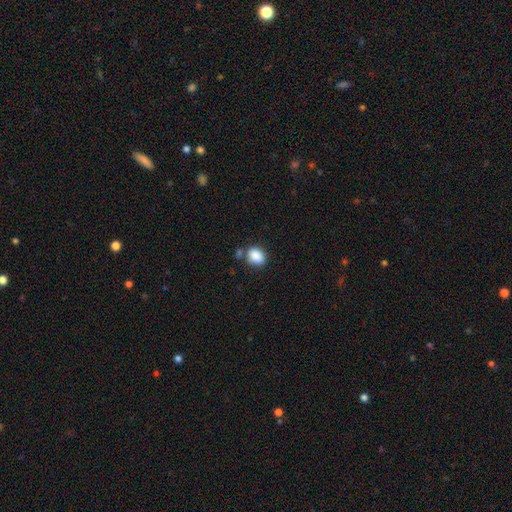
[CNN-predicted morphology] Q: Smooth or featured?
A: smooth (87%); runner-up: star or artifact (8%)
Q: How rounded?
A: in between (64%); runner-up: round (35%)
Q: Merging?
A: none (64%); runner-up: minor disturbance (16%)